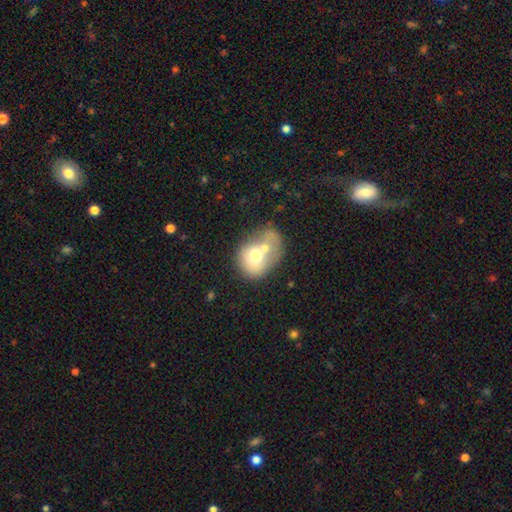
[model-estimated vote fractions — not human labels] smooth_or_featured: smooth (p=0.61) [alt: featured or disk p=0.30]
how_rounded: round (p=0.54) [alt: in between p=0.46]
merging: merger (p=0.64) [alt: none p=0.19]